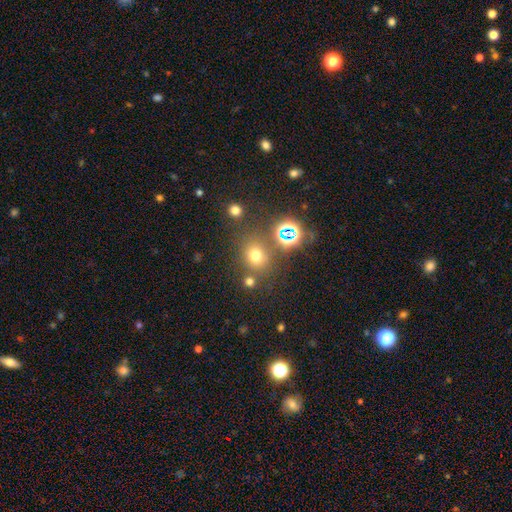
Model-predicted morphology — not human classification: The model was most divided on "smooth or featured": smooth: 64%, star or artifact: 27%, featured or disk: 8%. More confident: how rounded — round (74%); merging — none (74%).